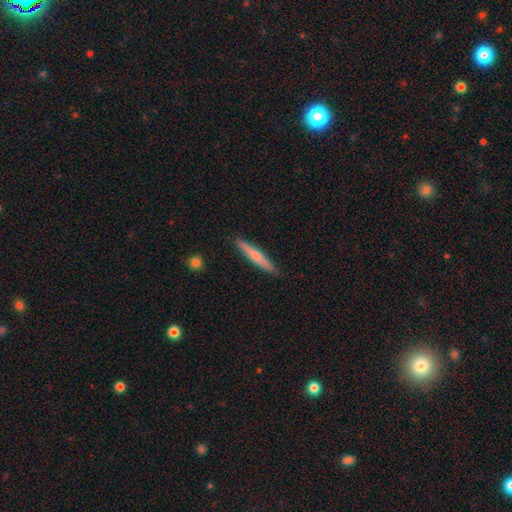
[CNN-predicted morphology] A smooth galaxy with no disk features (54%) that is cigar-shaped (94%). Merging: none (90%).